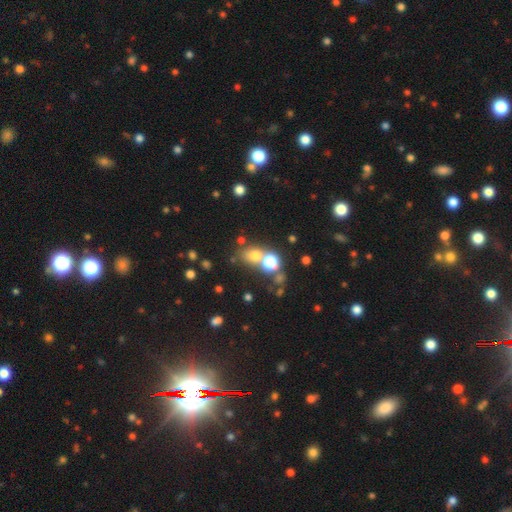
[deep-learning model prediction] smooth-or-featured: smooth: 65% | star or artifact: 23% | featured or disk: 13%
  how-rounded: round: 59% | in between: 40% | cigar-shaped: 2%
  merging: none: 50% | merger: 34% | minor disturbance: 10% | major disturbance: 6%